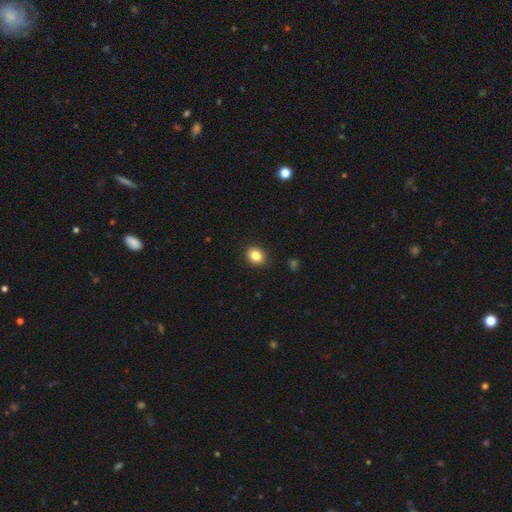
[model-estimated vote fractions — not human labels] smooth_or_featured: smooth (p=0.84) [alt: star or artifact p=0.10]
how_rounded: round (p=0.56) [alt: in between p=0.43]
merging: none (p=0.89) [alt: minor disturbance p=0.08]